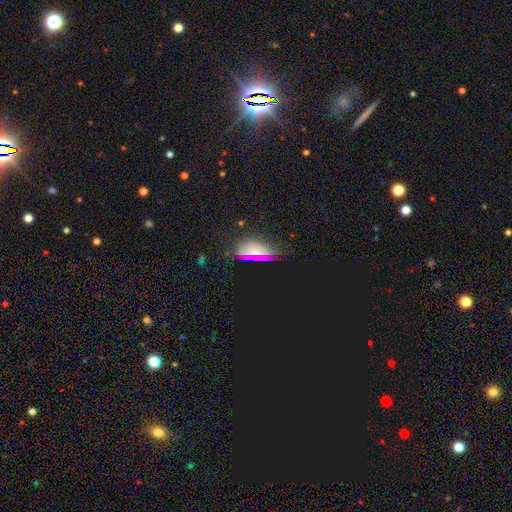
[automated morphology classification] A star or artifact, not a galaxy (45%).